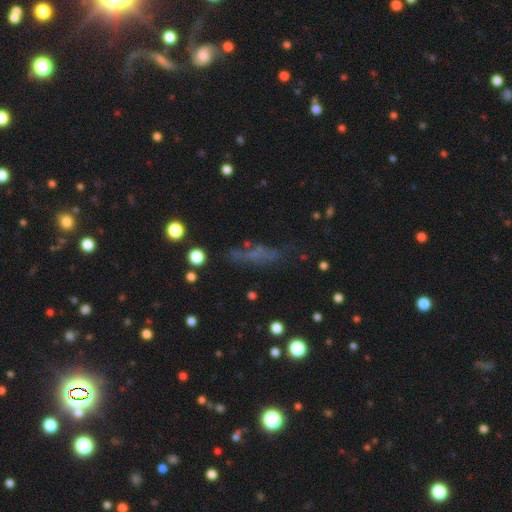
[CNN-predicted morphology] smooth-or-featured: smooth: 47% | featured or disk: 27% | star or artifact: 27%
  merging: none: 67% | minor disturbance: 19% | major disturbance: 10% | merger: 4%